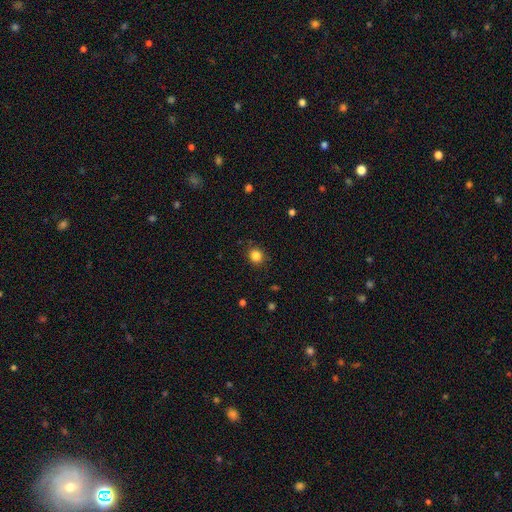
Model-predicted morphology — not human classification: Smooth or featured? smooth (84%)
How rounded? round (84%)
Merging? none (87%)